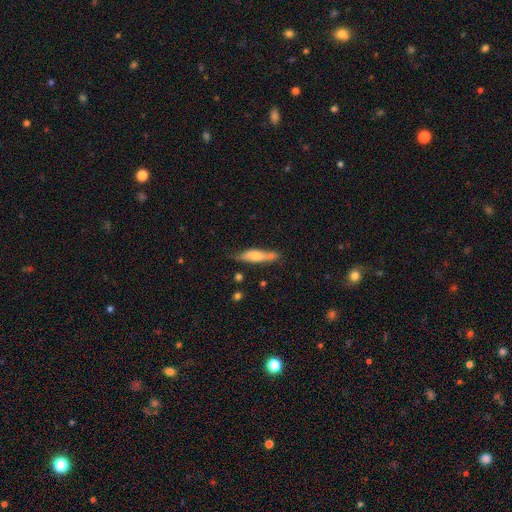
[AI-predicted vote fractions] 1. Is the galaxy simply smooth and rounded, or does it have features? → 56% smooth, 37% featured or disk, 6% star or artifact.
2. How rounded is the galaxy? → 73% cigar-shaped, 25% in between, 2% round.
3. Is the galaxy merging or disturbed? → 60% none, 27% minor disturbance, 7% major disturbance, 7% merger.